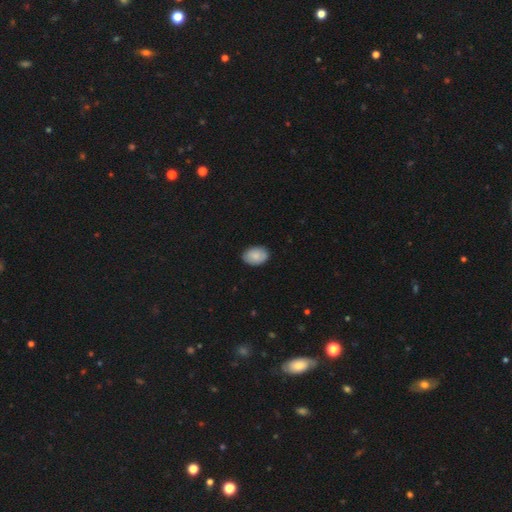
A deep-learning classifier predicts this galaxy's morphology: Smooth or featured?
  - smooth: 86% *
  - featured or disk: 8%
  - star or artifact: 6%
How rounded?
  - in between: 83% *
  - round: 16%
  - cigar-shaped: 1%
Merging?
  - none: 87% *
  - minor disturbance: 10%
  - major disturbance: 2%
  - merger: 1%